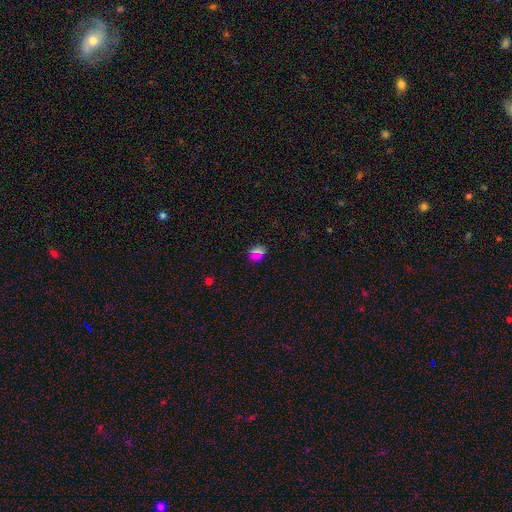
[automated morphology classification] This is likely a smooth galaxy (65%). How rounded: likely round (65%). Merging: clearly none (84%).